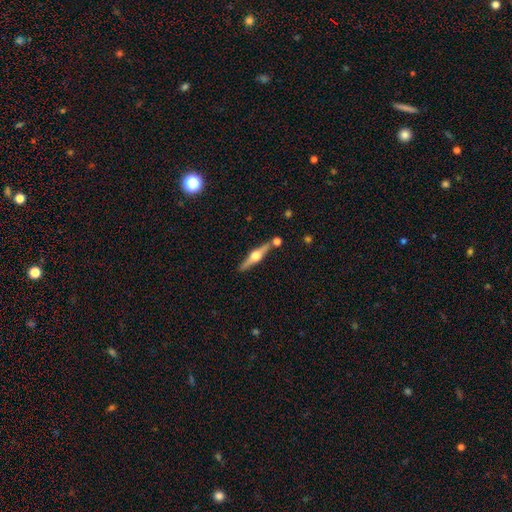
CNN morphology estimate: Q: Smooth or featured?
A: featured or disk (76%); runner-up: smooth (18%)
Q: Edge-on disk?
A: yes (98%); runner-up: no (2%)
Q: Edge-on bulge?
A: rounded (96%); runner-up: boxy (3%)
Q: Merging?
A: none (83%); runner-up: minor disturbance (8%)